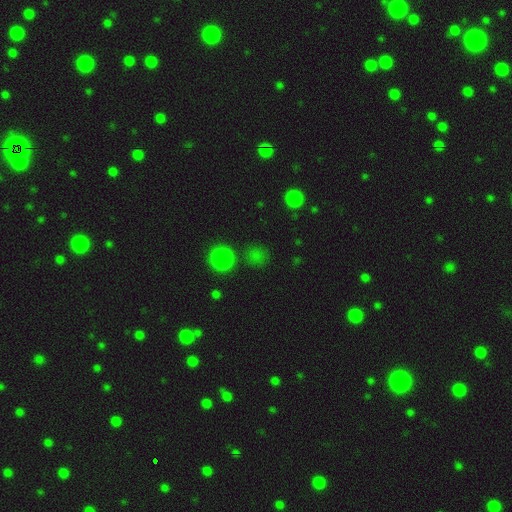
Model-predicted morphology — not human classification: A smooth galaxy with no disk features (68%) that is round (85%). Merging: none (78%).